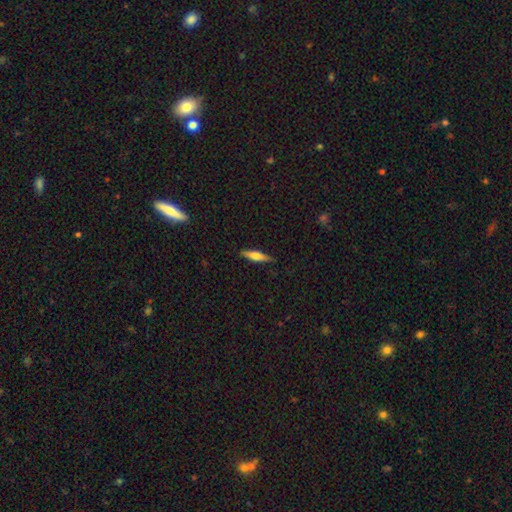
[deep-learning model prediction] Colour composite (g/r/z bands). It shows a smooth galaxy with no disk features (55%) that is cigar-shaped (76%). Merging: none (87%).